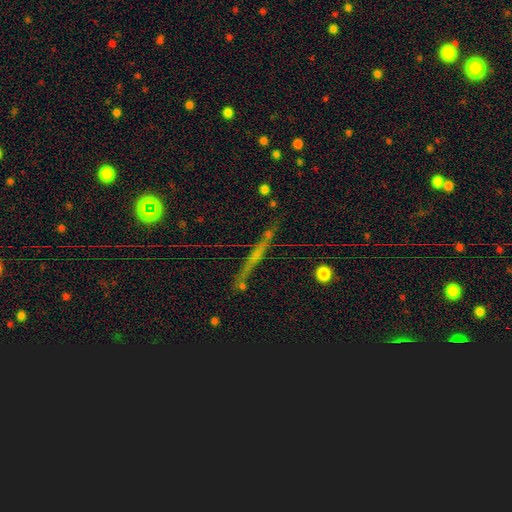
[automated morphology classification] Smooth or featured? Predicted: featured or disk (p=0.49). Merging? Predicted: none (p=0.78).